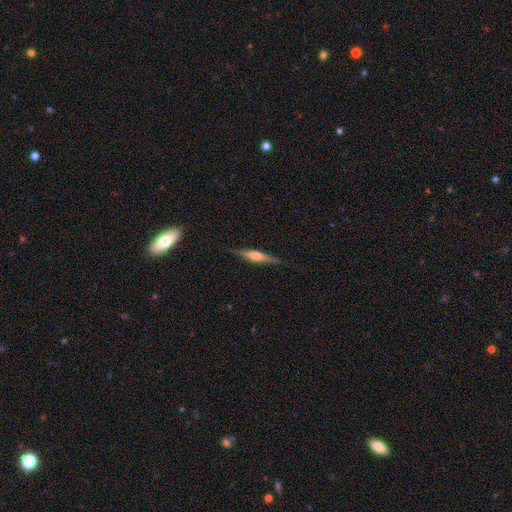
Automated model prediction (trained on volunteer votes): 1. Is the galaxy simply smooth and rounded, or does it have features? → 66% featured or disk, 28% smooth, 6% star or artifact.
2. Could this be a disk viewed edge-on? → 97% yes, 3% no.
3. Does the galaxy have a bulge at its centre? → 78% rounded, 15% boxy, 7% none.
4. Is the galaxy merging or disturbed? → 87% none, 10% minor disturbance, 2% major disturbance, 1% merger.